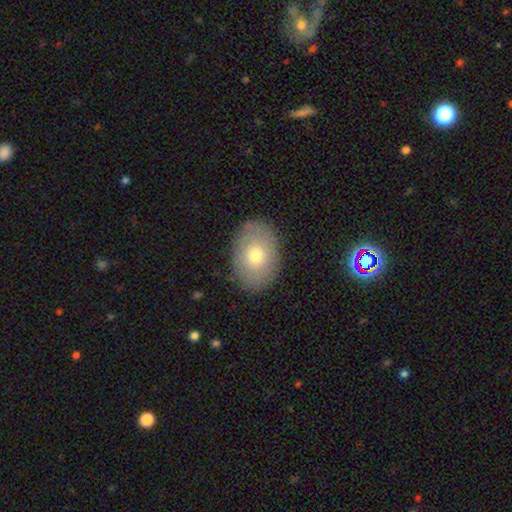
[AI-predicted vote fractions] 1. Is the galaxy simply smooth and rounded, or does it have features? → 72% smooth, 20% featured or disk, 8% star or artifact.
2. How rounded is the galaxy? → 81% in between, 18% round, 1% cigar-shaped.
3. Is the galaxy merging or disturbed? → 86% none, 10% minor disturbance, 3% major disturbance, 1% merger.